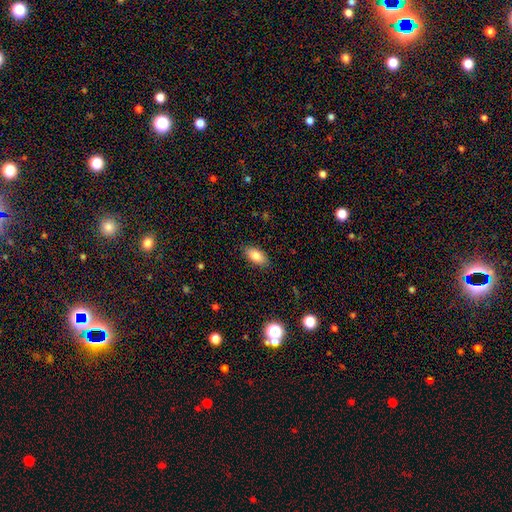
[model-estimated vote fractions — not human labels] smooth-or-featured: smooth: 83% | featured or disk: 9% | star or artifact: 8%
  how-rounded: in between: 91% | cigar-shaped: 5% | round: 4%
  merging: none: 87% | minor disturbance: 10% | major disturbance: 2% | merger: 1%